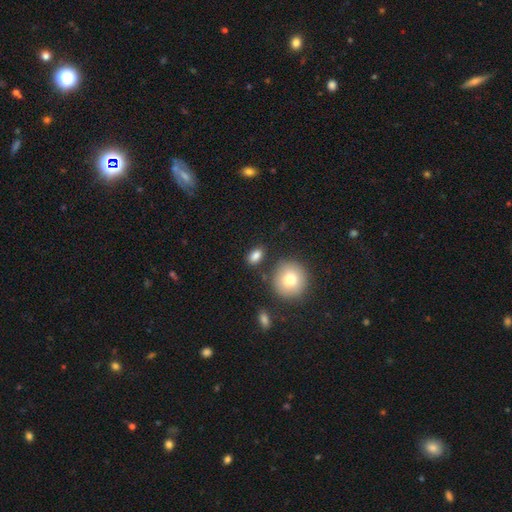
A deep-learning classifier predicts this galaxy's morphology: The model was most divided on "how rounded": in between: 79%, round: 18%, cigar-shaped: 3%. More confident: smooth or featured — smooth (84%); merging — none (81%).